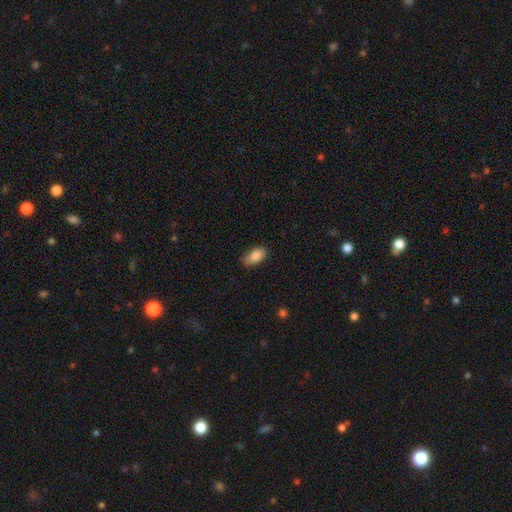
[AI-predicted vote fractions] Smooth or featured?
  - smooth: 87% *
  - star or artifact: 7%
  - featured or disk: 5%
How rounded?
  - in between: 91% *
  - cigar-shaped: 5%
  - round: 4%
Merging?
  - none: 78% *
  - minor disturbance: 17%
  - major disturbance: 3%
  - merger: 1%